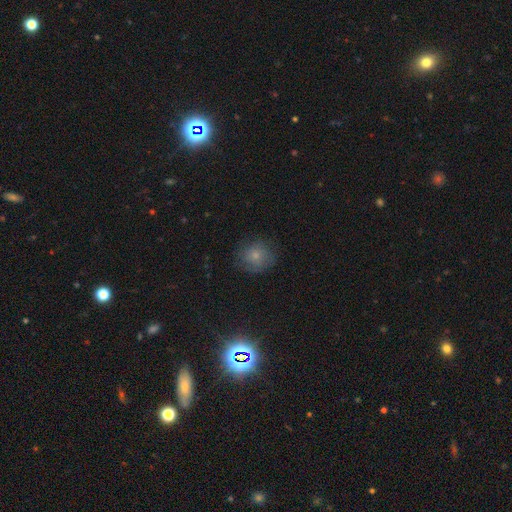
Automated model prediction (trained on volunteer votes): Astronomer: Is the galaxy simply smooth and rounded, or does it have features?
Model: smooth — 72%.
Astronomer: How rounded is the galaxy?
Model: round — 81%.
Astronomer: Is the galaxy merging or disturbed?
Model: none — 73%.